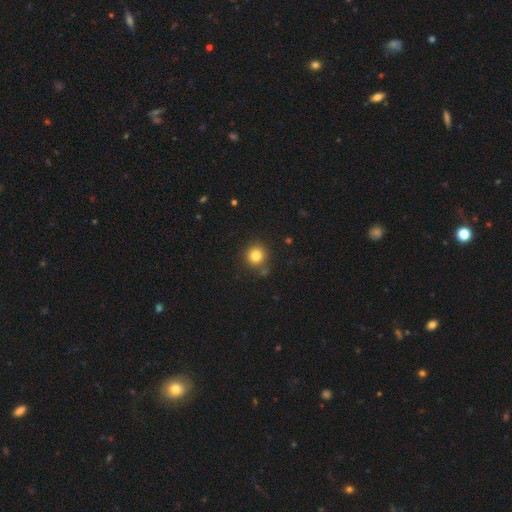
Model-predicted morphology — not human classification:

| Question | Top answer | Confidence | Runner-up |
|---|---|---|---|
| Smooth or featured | smooth | 82% | star or artifact (12%) |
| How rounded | round | 91% | in between (8%) |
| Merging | none | 81% | minor disturbance (11%) |